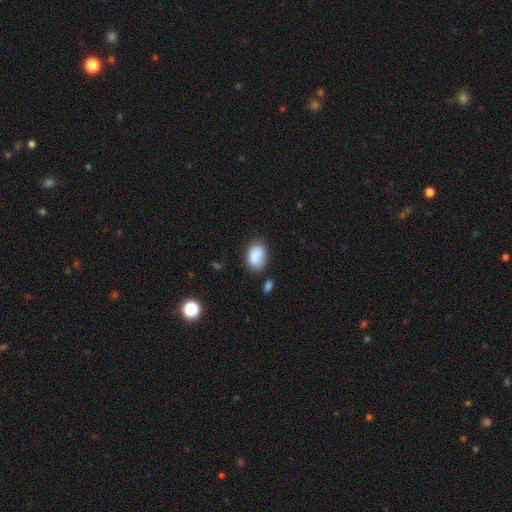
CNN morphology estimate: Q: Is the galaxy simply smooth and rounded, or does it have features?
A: smooth — 87%.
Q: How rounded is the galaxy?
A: in between — 86%.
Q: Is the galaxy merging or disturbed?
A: none — 68%.